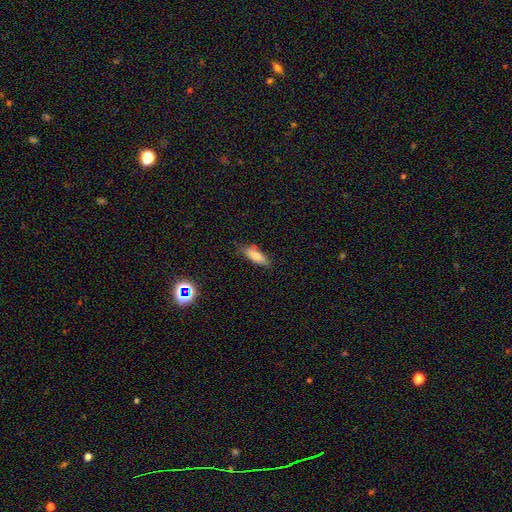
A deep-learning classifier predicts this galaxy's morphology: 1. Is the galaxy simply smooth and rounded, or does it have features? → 82% smooth, 10% featured or disk, 8% star or artifact.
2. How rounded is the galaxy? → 56% in between, 42% cigar-shaped, 2% round.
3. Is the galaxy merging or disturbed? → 77% none, 18% minor disturbance, 3% major disturbance, 2% merger.